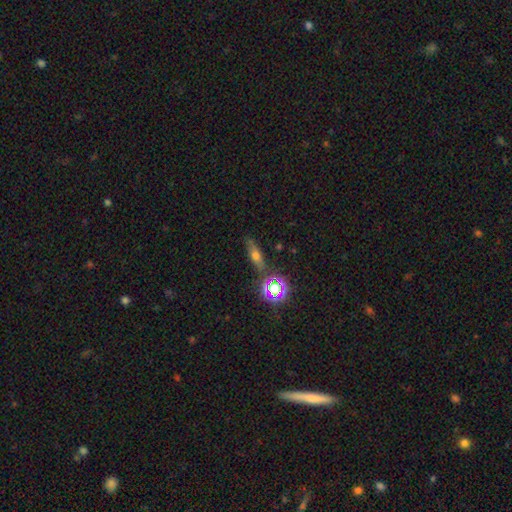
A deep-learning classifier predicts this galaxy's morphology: smooth 47%, featured or disk 32%, star or artifact 21%. Down the decision tree: merging — none (79%).